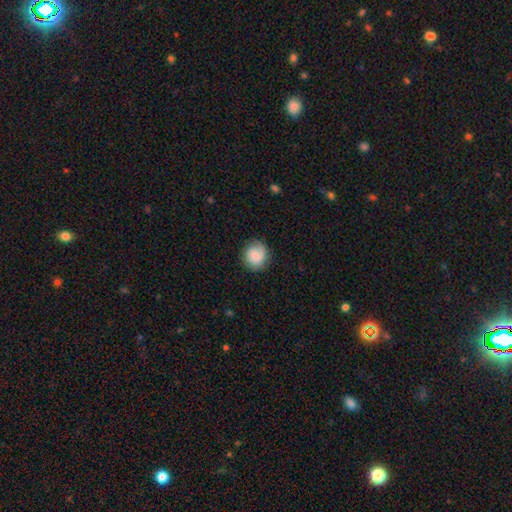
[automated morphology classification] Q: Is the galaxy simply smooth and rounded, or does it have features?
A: smooth — 70%.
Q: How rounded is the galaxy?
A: round — 85%.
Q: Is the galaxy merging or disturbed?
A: none — 79%.